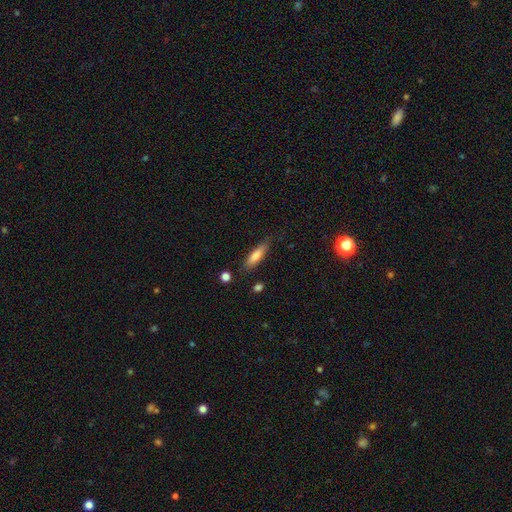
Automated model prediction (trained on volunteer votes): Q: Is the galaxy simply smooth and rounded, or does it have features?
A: smooth — 77%.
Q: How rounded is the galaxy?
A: cigar-shaped — 67%.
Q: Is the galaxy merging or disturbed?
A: none — 77%.